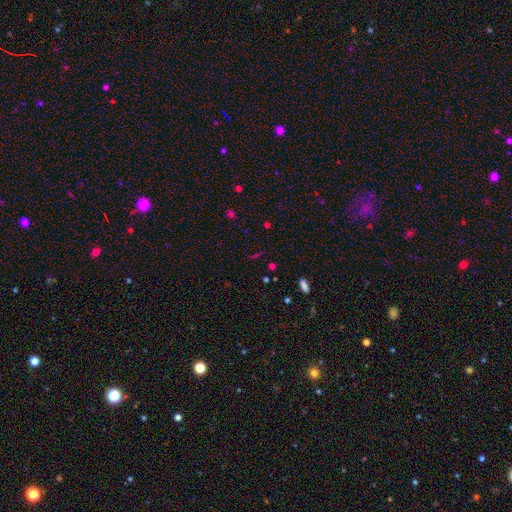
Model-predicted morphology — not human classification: This appears to be a star or artifact, not a galaxy (54%).